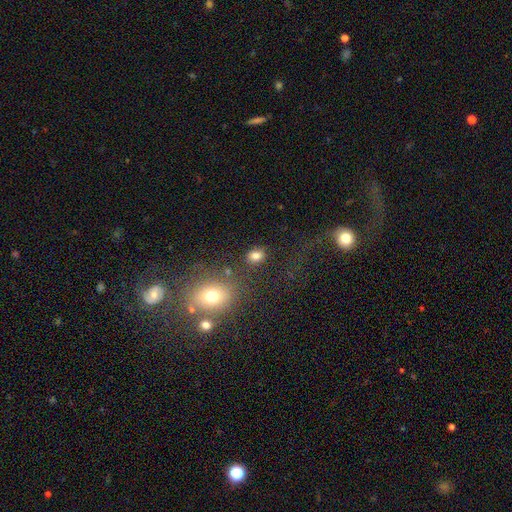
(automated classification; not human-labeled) Q: Smooth or featured?
A: smooth (79%); runner-up: star or artifact (14%)
Q: How rounded?
A: in between (58%); runner-up: round (41%)
Q: Merging?
A: none (79%); runner-up: minor disturbance (11%)